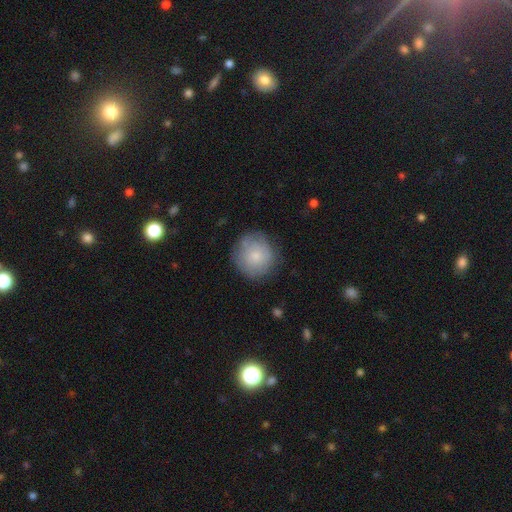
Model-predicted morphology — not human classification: Overall: smooth (73%). How rounded: round (91%). Merging: none (75%).